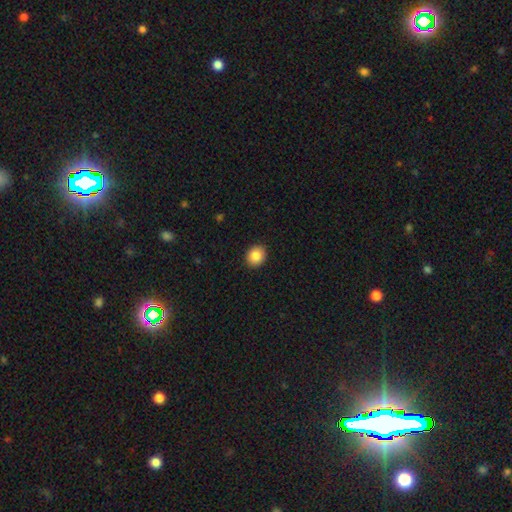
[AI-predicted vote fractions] Smooth or featured?
  - smooth: 85% *
  - star or artifact: 9%
  - featured or disk: 6%
How rounded?
  - round: 71% *
  - in between: 28%
  - cigar-shaped: 1%
Merging?
  - none: 91% *
  - minor disturbance: 6%
  - major disturbance: 2%
  - merger: 1%